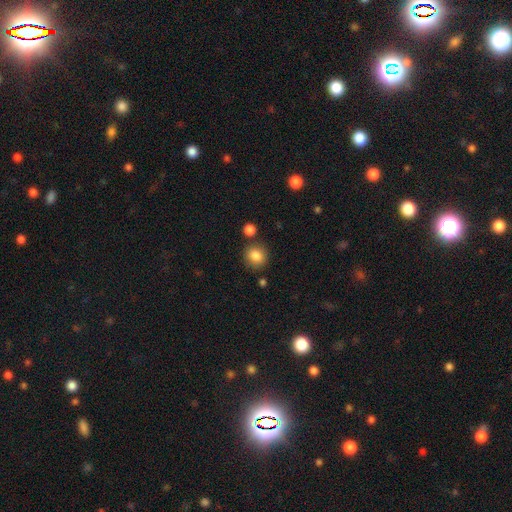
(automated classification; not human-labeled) This is clearly a smooth galaxy (85%). How rounded: clearly round (82%). Merging: clearly none (82%).